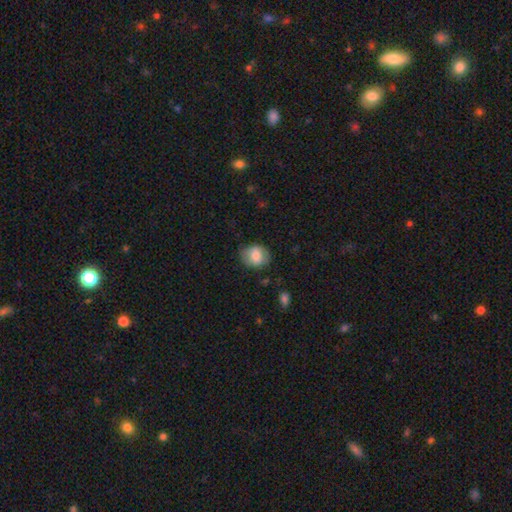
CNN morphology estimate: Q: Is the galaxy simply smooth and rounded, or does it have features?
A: smooth — 77%.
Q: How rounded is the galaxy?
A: round — 56%.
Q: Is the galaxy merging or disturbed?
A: none — 74%.